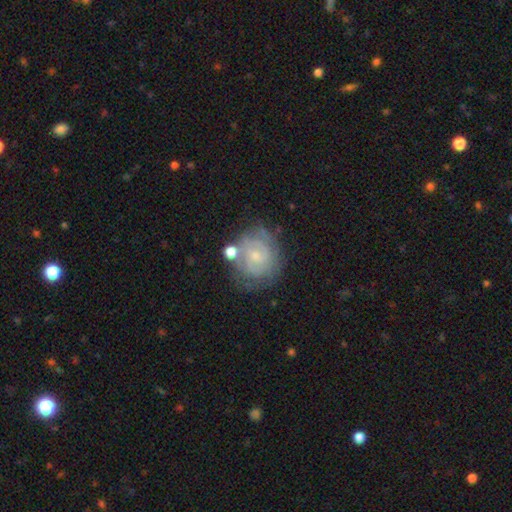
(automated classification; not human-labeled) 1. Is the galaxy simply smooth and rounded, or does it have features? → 77% featured or disk, 16% smooth, 7% star or artifact.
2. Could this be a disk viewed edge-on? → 98% no, 2% yes.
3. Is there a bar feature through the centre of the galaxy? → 62% no, 32% weak, 5% strong.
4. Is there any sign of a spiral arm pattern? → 92% yes, 8% no.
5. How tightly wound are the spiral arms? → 69% tight, 25% medium, 6% loose.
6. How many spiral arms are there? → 47% 2, 26% can't tell, 14% 3, 5% 4, 4% 1, 3% more than 4.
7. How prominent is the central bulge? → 70% small, 22% moderate, 6% none, 1% large, 1% dominant.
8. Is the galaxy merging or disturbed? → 67% none, 17% minor disturbance, 8% merger, 7% major disturbance.